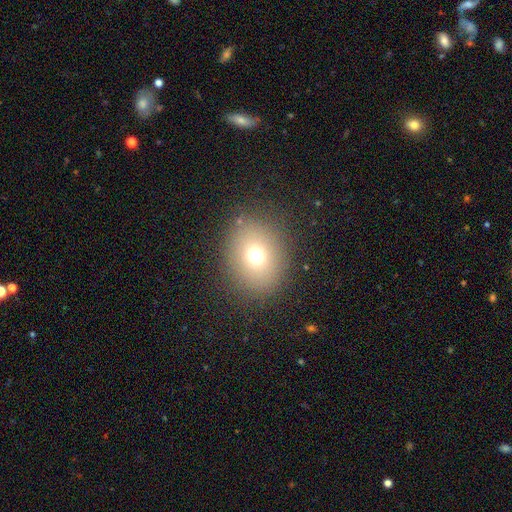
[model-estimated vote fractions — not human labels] smooth-or-featured: smooth: 69% | star or artifact: 19% | featured or disk: 12%
  how-rounded: round: 63% | in between: 36% | cigar-shaped: 1%
  merging: none: 85% | minor disturbance: 8% | major disturbance: 5% | merger: 1%